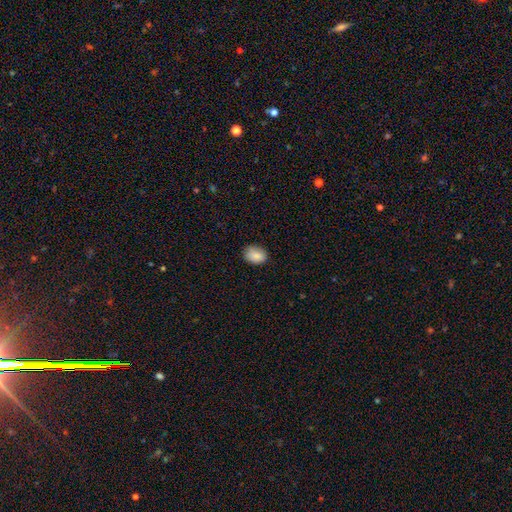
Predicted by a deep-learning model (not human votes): smooth 89%, star or artifact 8%, featured or disk 4%. Down the decision tree: how rounded — in between (75%); merging — none (83%).